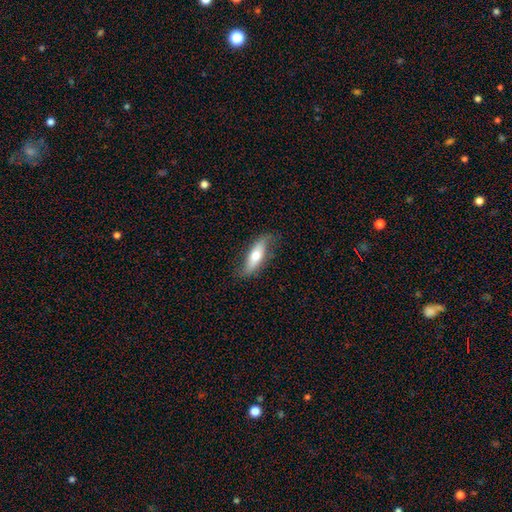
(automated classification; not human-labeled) Q: Smooth or featured?
A: featured or disk (48%); runner-up: smooth (46%)
Q: Merging?
A: none (72%); runner-up: minor disturbance (21%)